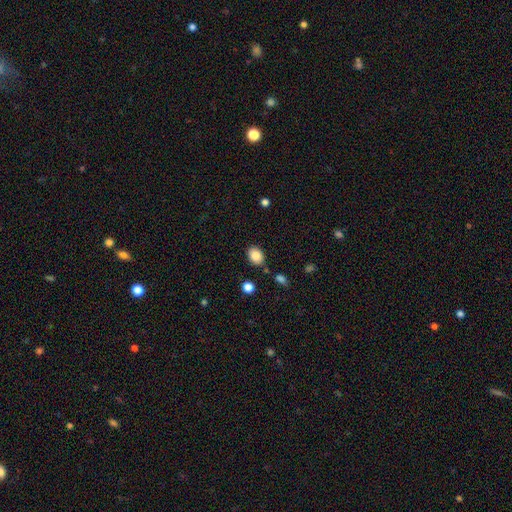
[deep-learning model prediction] Overall: smooth (86%). How rounded: in between (68%; round 31%). Merging: none (81%).